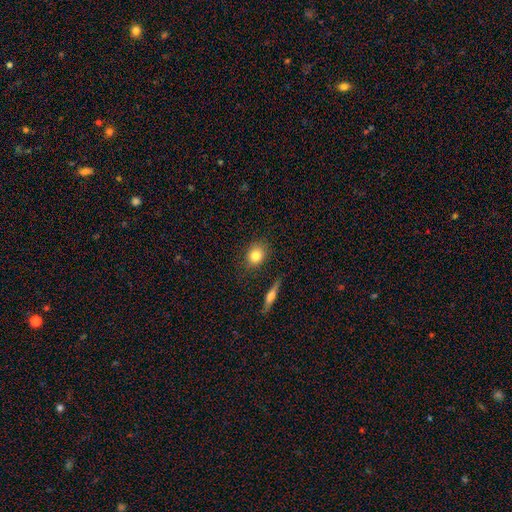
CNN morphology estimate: Smooth or featured? Predicted: smooth (p=0.81). How rounded? Predicted: round (p=0.63). Merging? Predicted: none (p=0.83).